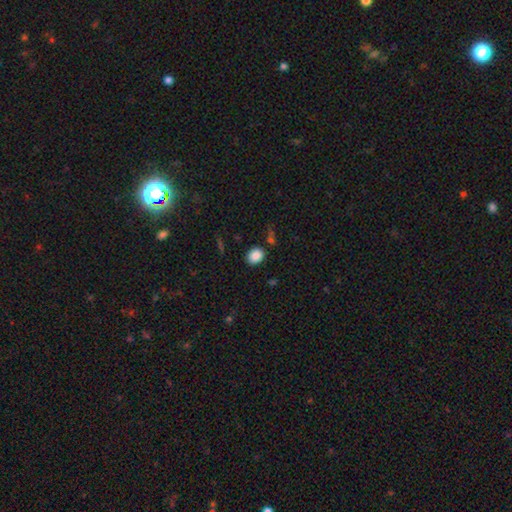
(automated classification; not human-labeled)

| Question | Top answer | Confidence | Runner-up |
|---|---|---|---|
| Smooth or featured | smooth | 87% | star or artifact (9%) |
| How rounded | round | 50% | in between (49%) |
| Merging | none | 84% | minor disturbance (10%) |